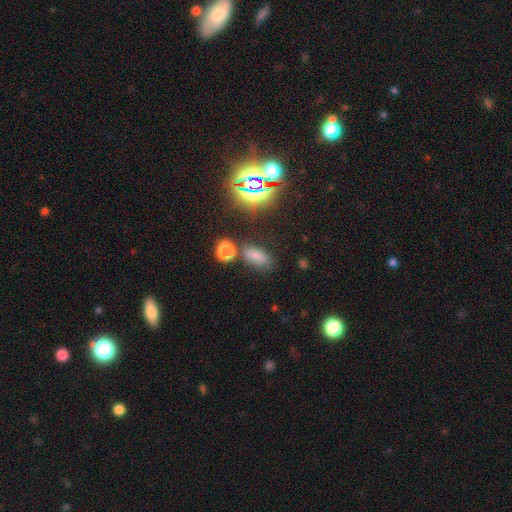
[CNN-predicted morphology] Smooth or featured?
  - smooth: 69% *
  - star or artifact: 24%
  - featured or disk: 8%
How rounded?
  - in between: 80% *
  - cigar-shaped: 11%
  - round: 9%
Merging?
  - none: 72% *
  - minor disturbance: 14%
  - merger: 8%
  - major disturbance: 6%